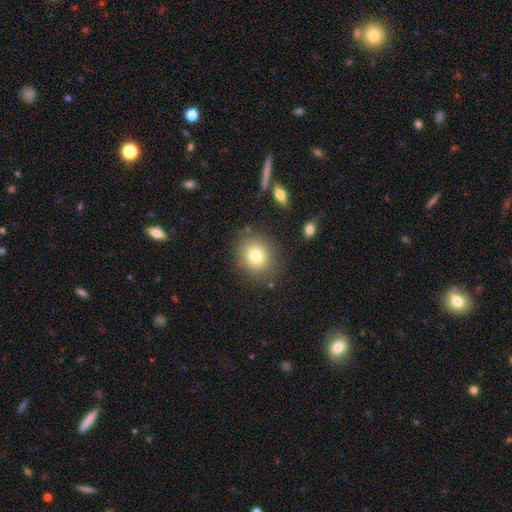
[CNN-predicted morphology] Smooth or featured? smooth (78%)
How rounded? round (75%)
Merging? none (82%)